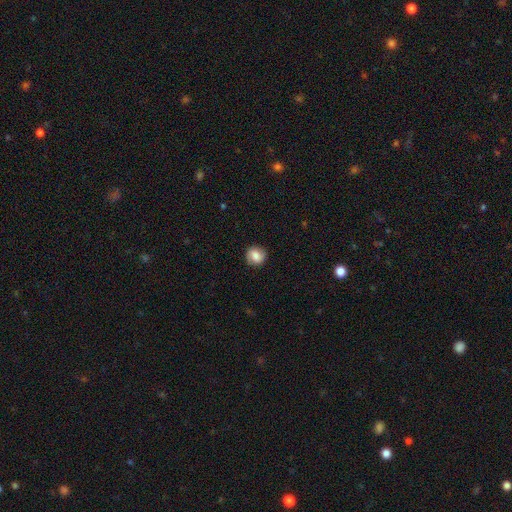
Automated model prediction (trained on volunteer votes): smooth_or_featured: smooth (p=0.67) [alt: featured or disk p=0.24]
how_rounded: round (p=0.85) [alt: in between p=0.14]
merging: none (p=0.86) [alt: minor disturbance p=0.10]